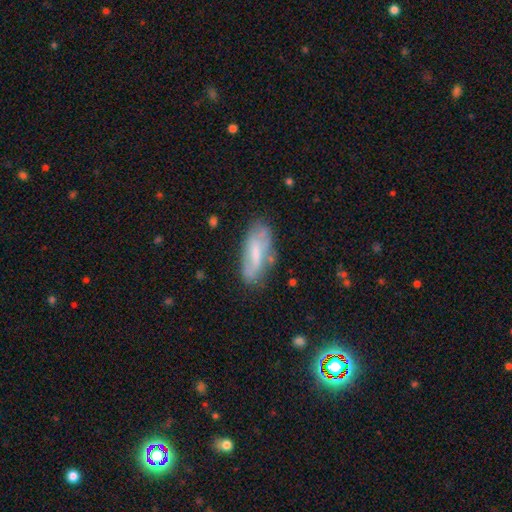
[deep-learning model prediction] Overall: smooth (51%; featured or disk 42%). How rounded: in between (73%). Merging: none (64%; minor disturbance 24%).